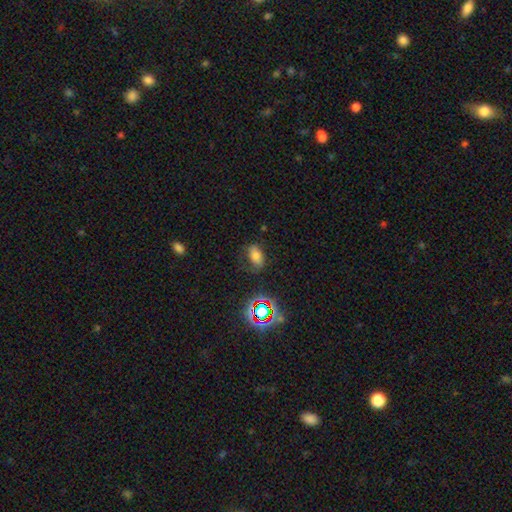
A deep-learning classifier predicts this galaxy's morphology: The model was most divided on "merging": none: 68%, minor disturbance: 21%, major disturbance: 9%, merger: 2%. More confident: how rounded — in between (87%); smooth or featured — smooth (68%).